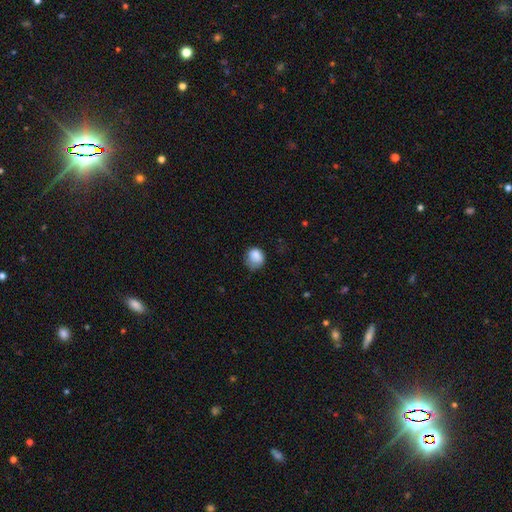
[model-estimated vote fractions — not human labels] This appears to be a smooth galaxy with no disk features (83%) that is round (68%). Merging: none (49%).